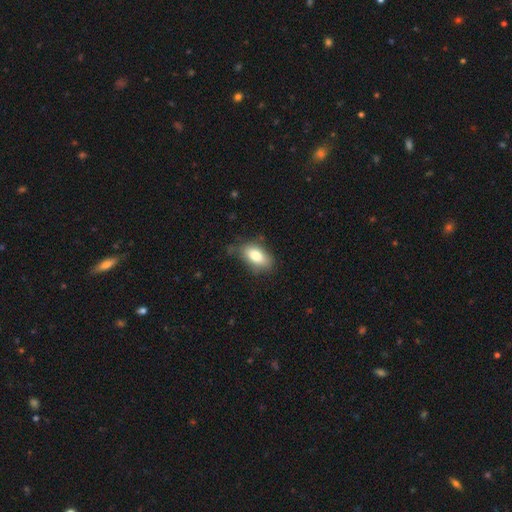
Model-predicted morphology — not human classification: Smooth or featured?
  - smooth: 81% *
  - featured or disk: 12%
  - star or artifact: 8%
How rounded?
  - in between: 90% *
  - round: 6%
  - cigar-shaped: 4%
Merging?
  - none: 67% *
  - minor disturbance: 24%
  - major disturbance: 6%
  - merger: 2%